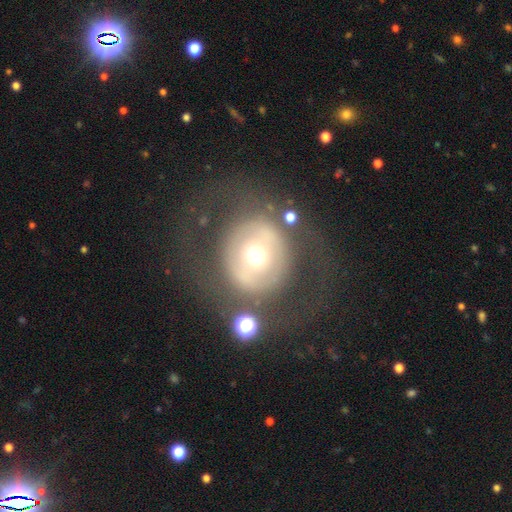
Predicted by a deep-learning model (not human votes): Morphology: type=featured or disk (51%); edge-on=no (94%); merging=none (72%).